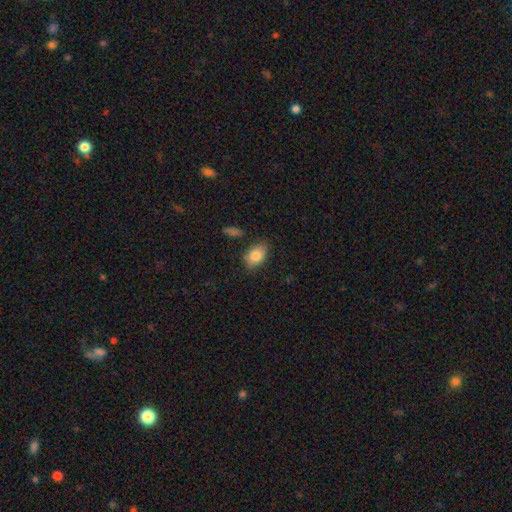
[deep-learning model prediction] Smooth or featured?
  - smooth: 85% *
  - featured or disk: 8%
  - star or artifact: 7%
How rounded?
  - in between: 84% *
  - round: 14%
  - cigar-shaped: 1%
Merging?
  - none: 79% *
  - minor disturbance: 15%
  - major disturbance: 3%
  - merger: 3%